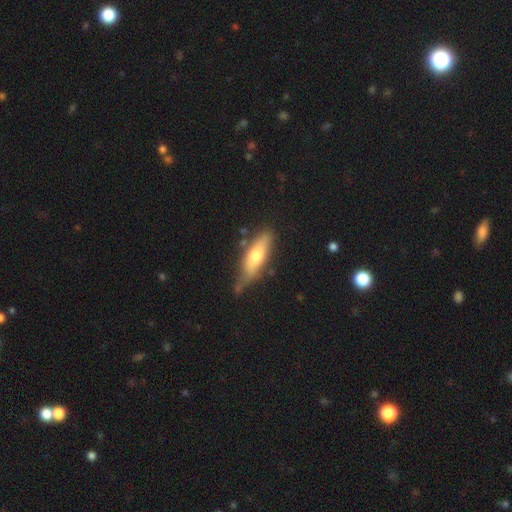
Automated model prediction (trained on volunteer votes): smooth_or_featured: smooth (p=0.57) [alt: featured or disk p=0.37]
how_rounded: cigar-shaped (p=0.50) [alt: in between p=0.47]
merging: none (p=0.64) [alt: minor disturbance p=0.25]